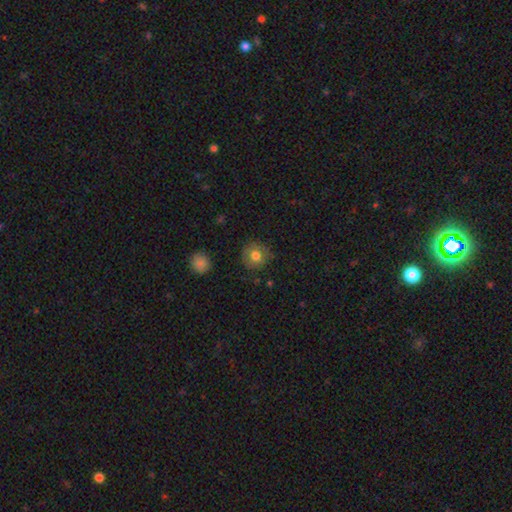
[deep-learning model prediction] Smooth or featured?
  - smooth: 76% *
  - featured or disk: 15%
  - star or artifact: 9%
How rounded?
  - round: 91% *
  - in between: 8%
  - cigar-shaped: 1%
Merging?
  - none: 83% *
  - minor disturbance: 12%
  - major disturbance: 3%
  - merger: 1%